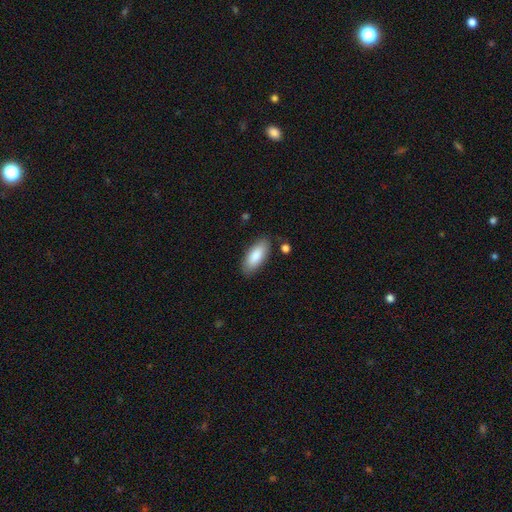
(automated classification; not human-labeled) Q: Smooth or featured?
A: smooth (85%); runner-up: featured or disk (9%)
Q: How rounded?
A: in between (84%); runner-up: cigar-shaped (14%)
Q: Merging?
A: none (83%); runner-up: minor disturbance (12%)